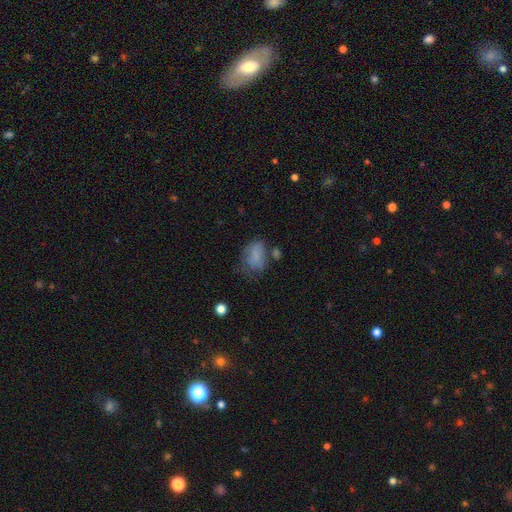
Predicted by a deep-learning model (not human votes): The model was most divided on "merging": none: 38%, minor disturbance: 29%, major disturbance: 24%, merger: 8%. More confident: how rounded — in between (77%); smooth or featured — smooth (71%).